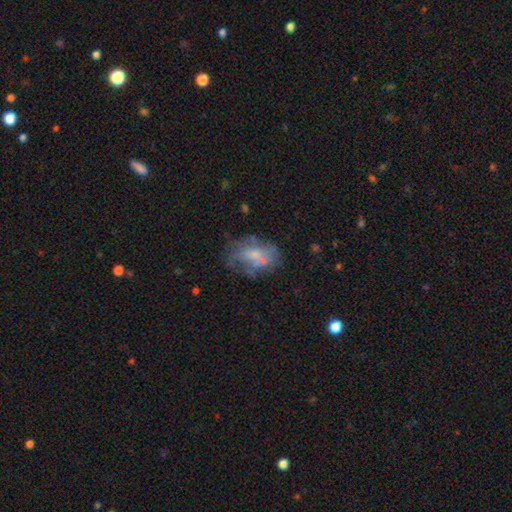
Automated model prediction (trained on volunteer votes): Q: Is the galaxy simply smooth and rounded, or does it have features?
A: featured or disk — 47%.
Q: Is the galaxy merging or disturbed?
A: none — 44%.